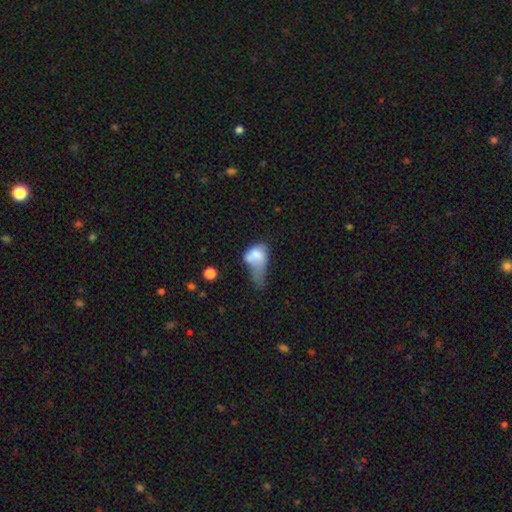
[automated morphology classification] Smooth or featured: smooth — 64% (featured or disk — 26%)
How rounded: in between — 79% (round — 18%)
Merging: major disturbance — 46% (merger — 27%)